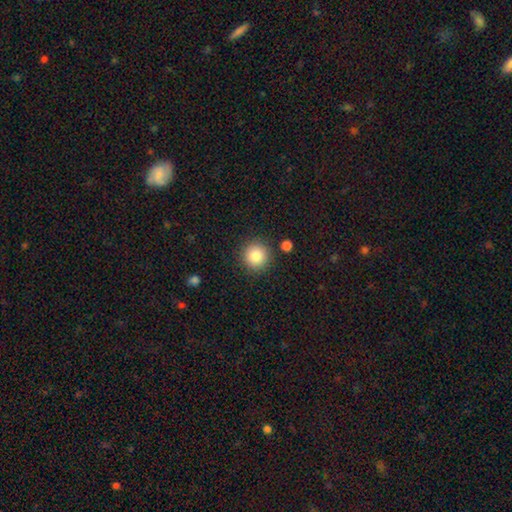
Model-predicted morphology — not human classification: The model was most divided on "smooth or featured": smooth: 84%, star or artifact: 10%, featured or disk: 6%. More confident: how rounded — round (94%); merging — none (87%).